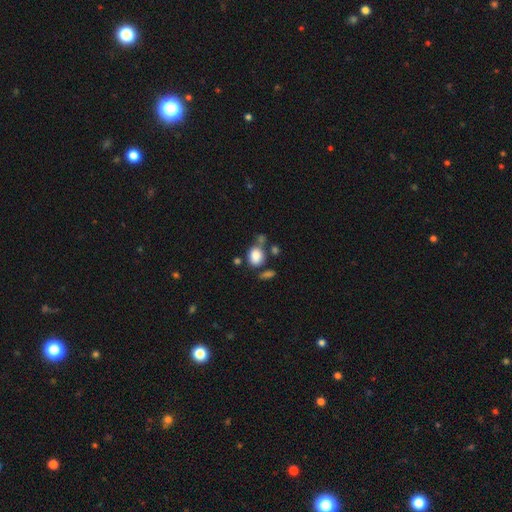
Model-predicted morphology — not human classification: Smooth or featured?
  - smooth: 84% *
  - star or artifact: 10%
  - featured or disk: 7%
How rounded?
  - in between: 52% *
  - round: 47%
  - cigar-shaped: 1%
Merging?
  - none: 58% *
  - merger: 18%
  - minor disturbance: 17%
  - major disturbance: 7%